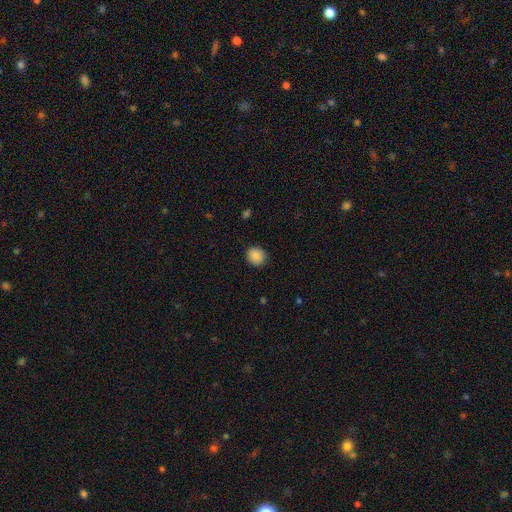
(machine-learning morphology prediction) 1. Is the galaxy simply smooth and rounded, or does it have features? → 88% smooth, 9% star or artifact, 3% featured or disk.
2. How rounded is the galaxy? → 83% round, 16% in between, 1% cigar-shaped.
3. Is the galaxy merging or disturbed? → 90% none, 7% minor disturbance, 2% major disturbance, 1% merger.